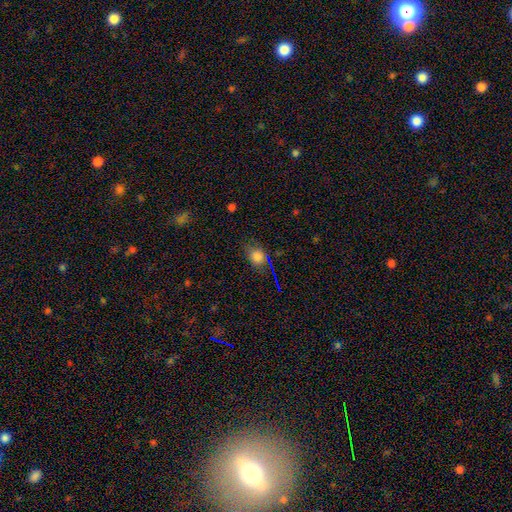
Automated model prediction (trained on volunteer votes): smooth_or_featured: smooth (p=0.75) [alt: star or artifact p=0.17]
how_rounded: round (p=0.61) [alt: in between p=0.37]
merging: none (p=0.70) [alt: minor disturbance p=0.20]